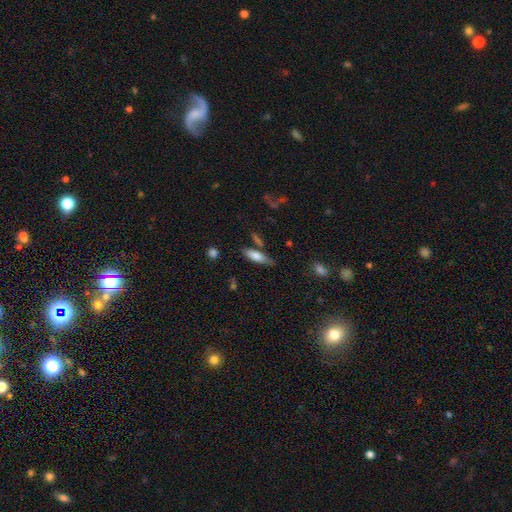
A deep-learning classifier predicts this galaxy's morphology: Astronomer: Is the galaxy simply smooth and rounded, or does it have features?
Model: smooth — 75%.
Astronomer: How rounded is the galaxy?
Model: cigar-shaped — 54% (runner-up: in between, 44%).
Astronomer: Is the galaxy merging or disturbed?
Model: none — 71%.